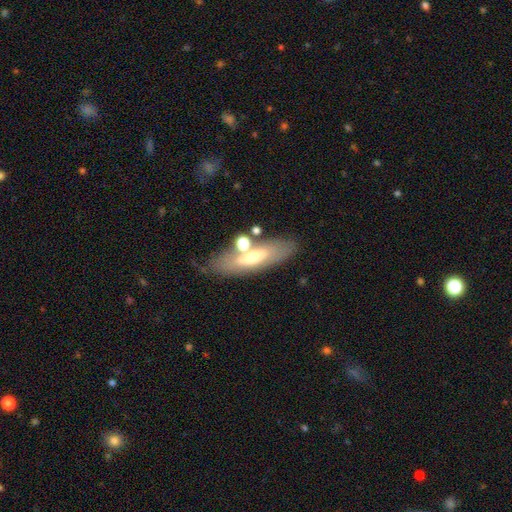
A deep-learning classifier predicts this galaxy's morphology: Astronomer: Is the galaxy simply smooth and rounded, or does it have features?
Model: featured or disk — 50% (runner-up: smooth, 41%).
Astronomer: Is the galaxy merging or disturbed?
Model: none — 69%.